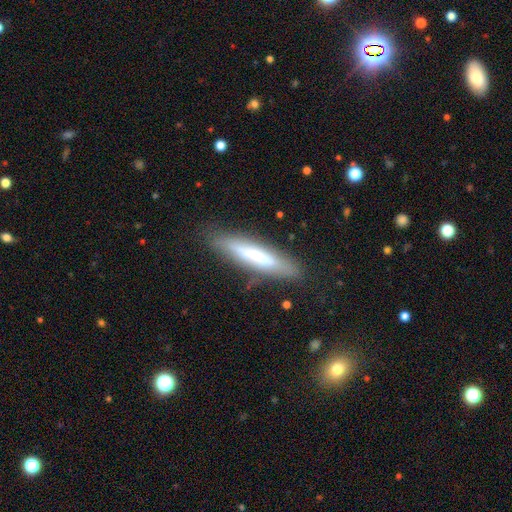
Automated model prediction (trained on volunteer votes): A smooth galaxy with no disk features (54%) that is cigar-shaped (84%).

Vote fractions:
- Smooth or featured? smooth: 54% / featured or disk: 38% / star or artifact: 7%
- How rounded? cigar-shaped: 84% / in between: 15% / round: 1%
- Merging? none: 79% / minor disturbance: 15% / major disturbance: 4% / merger: 2%